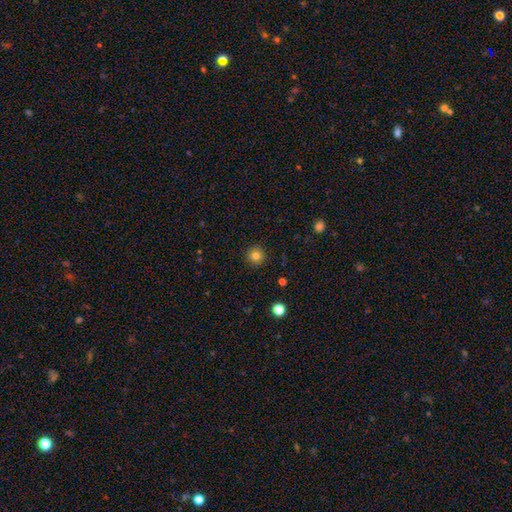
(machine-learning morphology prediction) type=smooth (82%); roundness=round (95%); merging=none (92%).